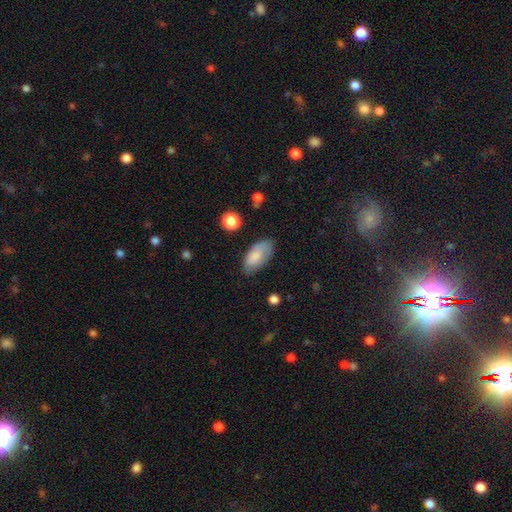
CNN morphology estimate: This is likely a smooth galaxy (79%). How rounded: clearly in between (92%). Merging: likely none (72%).